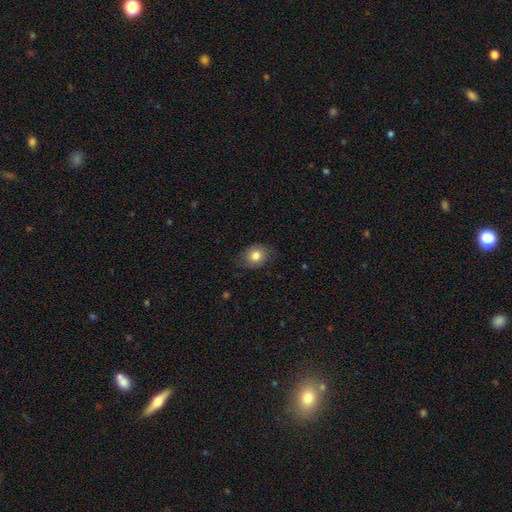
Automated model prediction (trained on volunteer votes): This appears to be a smooth galaxy with no disk features (80%) that is in between round and cigar-shaped (54%). Merging: none (79%).